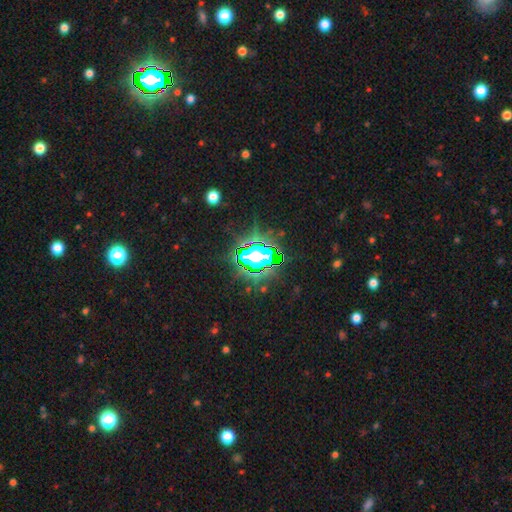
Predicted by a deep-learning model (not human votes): Smooth or featured? Predicted: star or artifact (p=0.71).